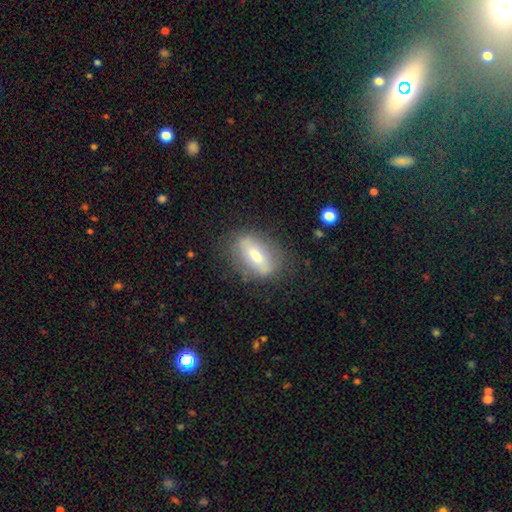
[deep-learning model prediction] Smooth or featured?
  - smooth: 56% *
  - featured or disk: 36%
  - star or artifact: 7%
How rounded?
  - in between: 77% *
  - cigar-shaped: 13%
  - round: 9%
Merging?
  - none: 74% *
  - minor disturbance: 17%
  - major disturbance: 7%
  - merger: 2%